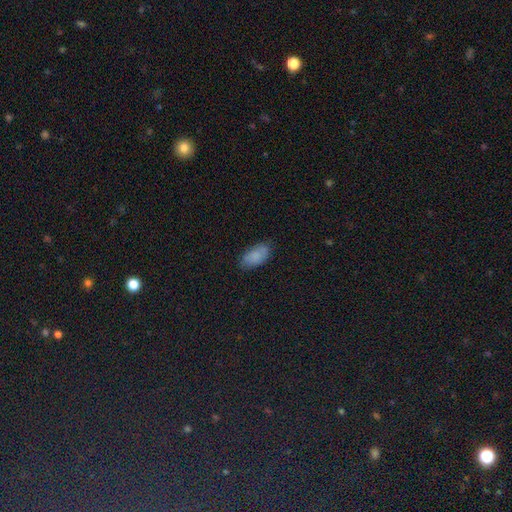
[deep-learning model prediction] smooth 83%, featured or disk 10%, star or artifact 7%. Down the decision tree: how rounded — in between (94%); merging — none (77%).